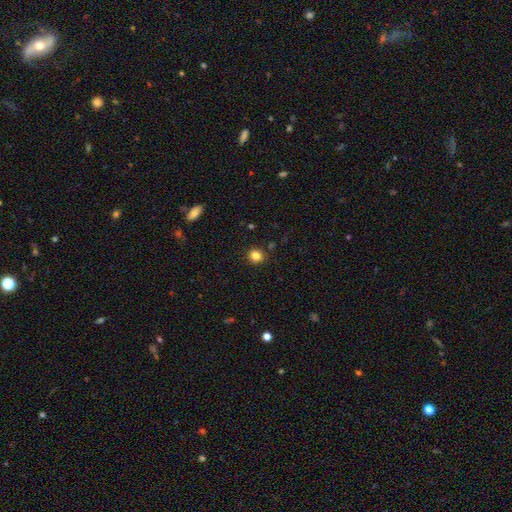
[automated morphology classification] Q: Smooth or featured?
A: smooth (83%); runner-up: star or artifact (12%)
Q: How rounded?
A: round (85%); runner-up: in between (14%)
Q: Merging?
A: none (89%); runner-up: minor disturbance (7%)